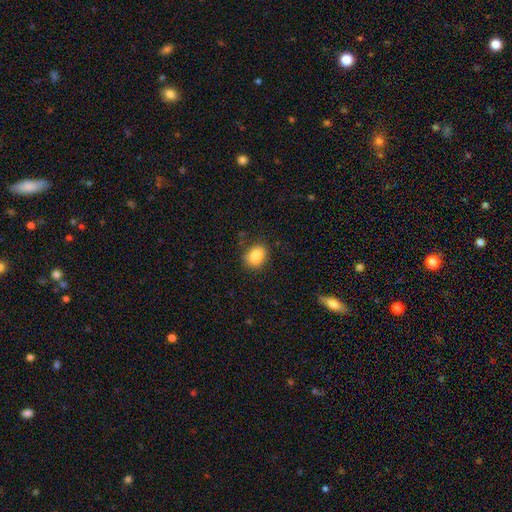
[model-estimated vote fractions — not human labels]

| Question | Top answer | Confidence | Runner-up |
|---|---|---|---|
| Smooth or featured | smooth | 86% | star or artifact (9%) |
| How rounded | in between | 59% | round (40%) |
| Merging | none | 83% | minor disturbance (13%) |